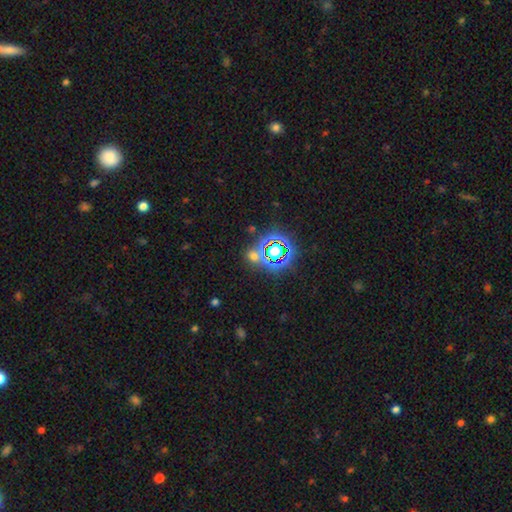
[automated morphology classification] A star or artifact, not a galaxy (74%).

Vote fractions:
- Smooth or featured? star or artifact: 74% / smooth: 17% / featured or disk: 8%